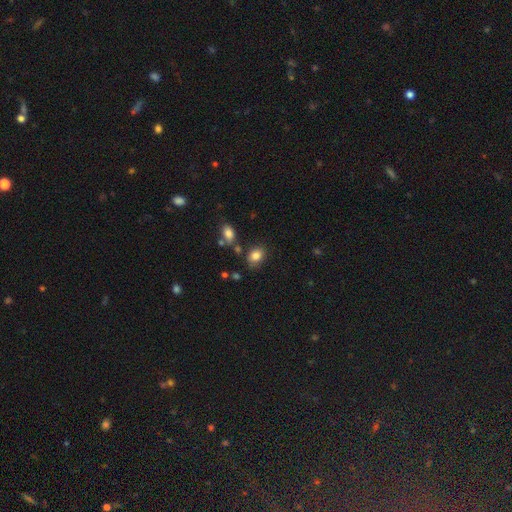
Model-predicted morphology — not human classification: Smooth or featured: smooth — 83% (star or artifact — 10%)
How rounded: in between — 69% (round — 30%)
Merging: none — 75% (minor disturbance — 15%)